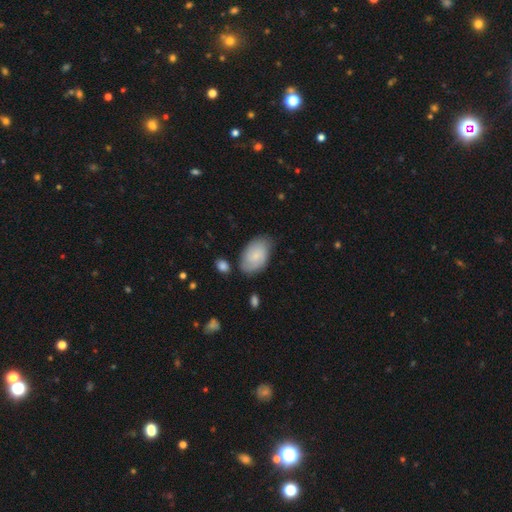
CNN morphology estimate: This appears to be a smooth galaxy with no disk features (75%) that is in between round and cigar-shaped (93%). Merging: none (71%).